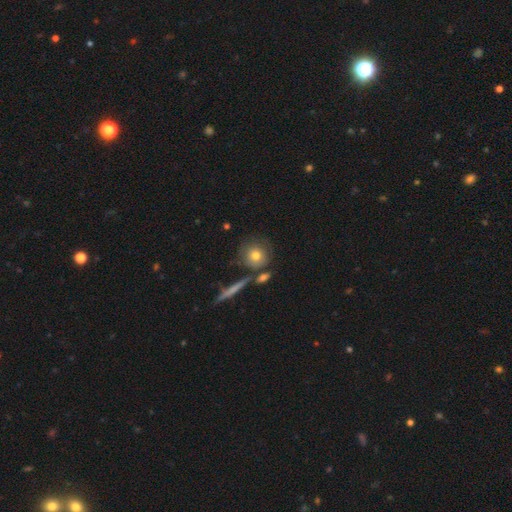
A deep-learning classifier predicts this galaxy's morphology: type=smooth (71%); roundness=round (88%); merging=none (69%).